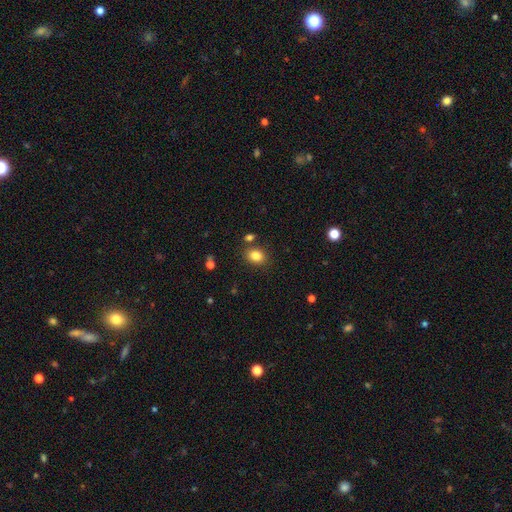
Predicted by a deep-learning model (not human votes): Q: Smooth or featured?
A: smooth (84%); runner-up: star or artifact (10%)
Q: How rounded?
A: in between (59%); runner-up: round (40%)
Q: Merging?
A: none (81%); runner-up: minor disturbance (10%)